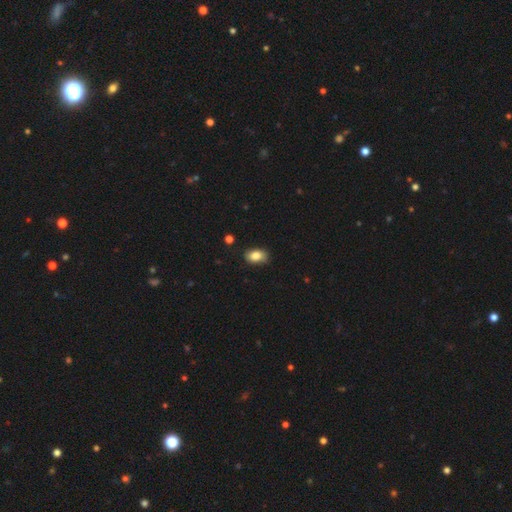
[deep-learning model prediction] A smooth galaxy with no disk features (85%) that is in between round and cigar-shaped (88%).

Vote fractions:
- Smooth or featured? smooth: 85% / star or artifact: 8% / featured or disk: 7%
- How rounded? in between: 88% / round: 10% / cigar-shaped: 1%
- Merging? none: 83% / minor disturbance: 13% / major disturbance: 2% / merger: 1%